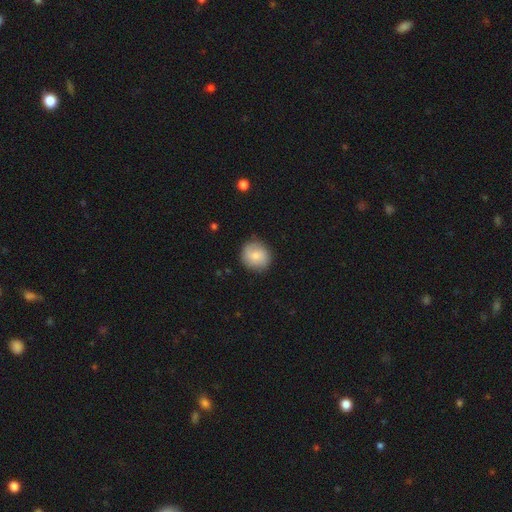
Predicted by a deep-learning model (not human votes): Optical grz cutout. It shows a smooth galaxy with no disk features (75%) that is round (88%). Merging: none (86%).